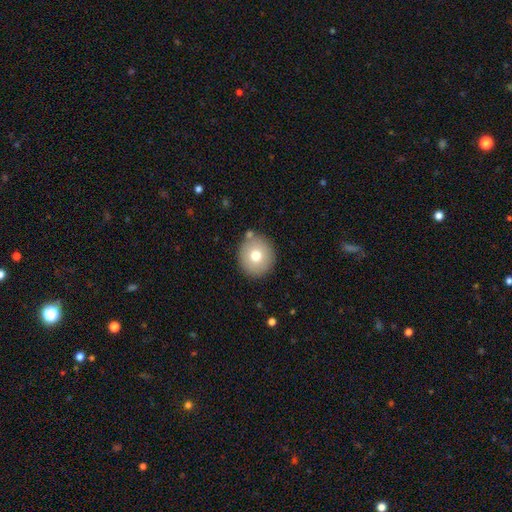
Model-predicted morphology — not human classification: smooth-or-featured: smooth: 73% | featured or disk: 17% | star or artifact: 10%
  how-rounded: round: 87% | in between: 12% | cigar-shaped: 1%
  merging: none: 83% | minor disturbance: 9% | merger: 5% | major disturbance: 3%